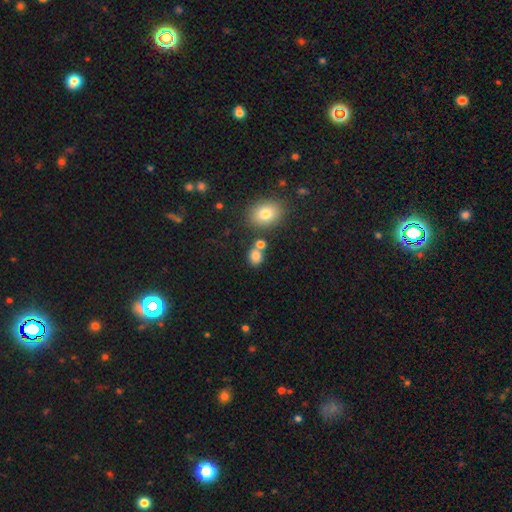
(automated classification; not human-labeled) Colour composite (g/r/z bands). It shows a smooth galaxy with no disk features (81%) that is round (55%). Merging: none (60%).